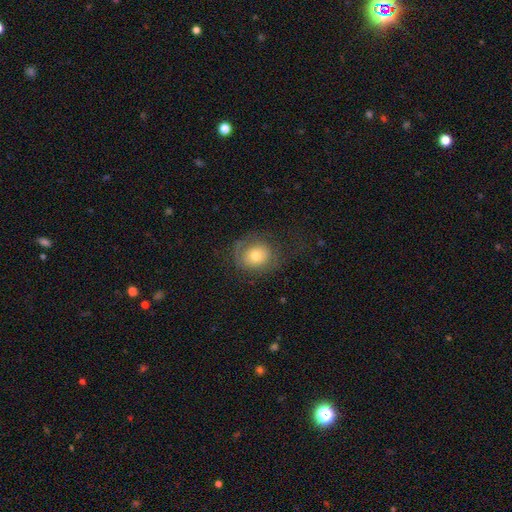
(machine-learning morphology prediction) type=smooth (58%); roundness=round (65%); merging=none (56%).